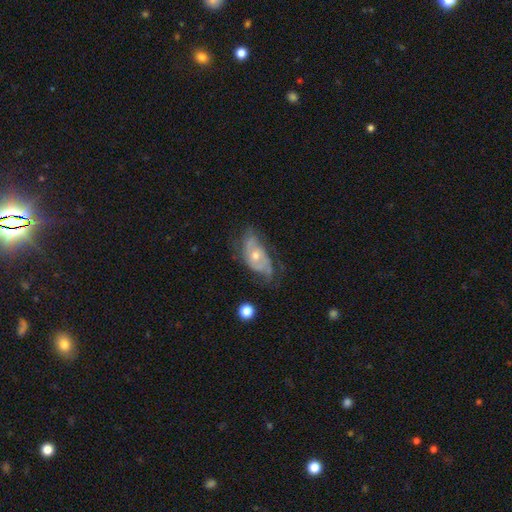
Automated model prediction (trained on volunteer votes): A featured or disk galaxy (69%) with no bar (79%), spiral arms (74%) and a moderate central bulge (53%).

Vote fractions:
- Smooth or featured? featured or disk: 69% / smooth: 23% / star or artifact: 8%
- Edge-on disk? no: 92% / yes: 8%
- Bar? no: 79% / weak: 18% / strong: 4%
- Spiral arms? yes: 74% / no: 26%
- Bulge size? moderate: 53% / small: 43% / large: 2% / none: 1% / dominant: 1%
- Merging? none: 49% / minor disturbance: 30% / major disturbance: 19% / merger: 2%